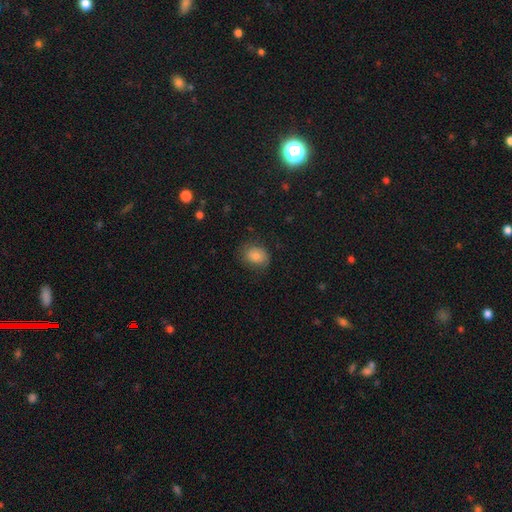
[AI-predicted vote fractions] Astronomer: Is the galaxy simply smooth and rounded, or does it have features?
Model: smooth — 77%.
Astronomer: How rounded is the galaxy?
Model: in between — 53% (runner-up: round, 46%).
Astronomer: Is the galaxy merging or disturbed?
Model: none — 72%.